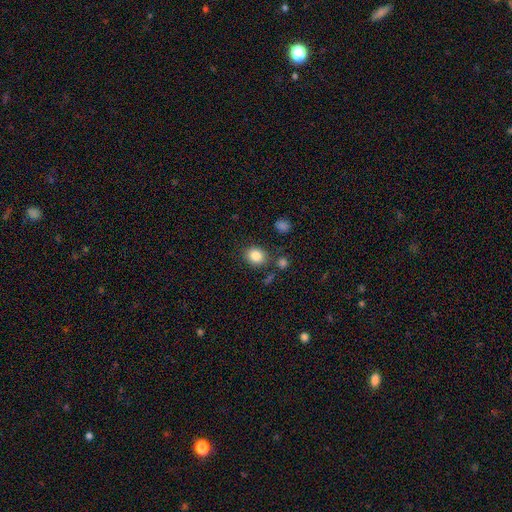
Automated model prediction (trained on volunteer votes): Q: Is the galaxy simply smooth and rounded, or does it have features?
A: smooth — 85%.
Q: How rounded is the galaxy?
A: round — 66%.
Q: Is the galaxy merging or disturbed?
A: none — 79%.